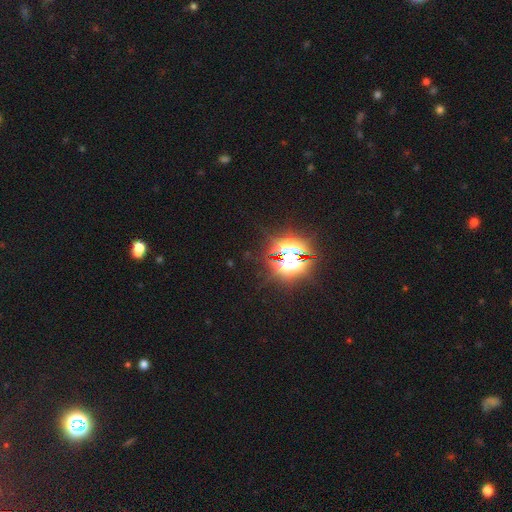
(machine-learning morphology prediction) Smooth or featured?
  - star or artifact: 84% *
  - smooth: 10%
  - featured or disk: 6%